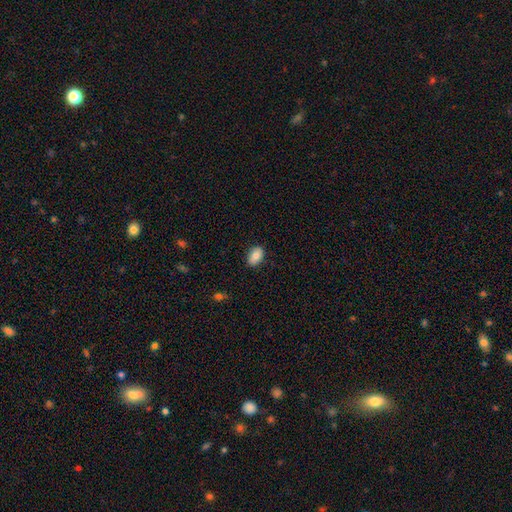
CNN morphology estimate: The model was most divided on "smooth or featured": smooth: 82%, featured or disk: 11%, star or artifact: 7%. More confident: how rounded — in between (87%); merging — none (85%).